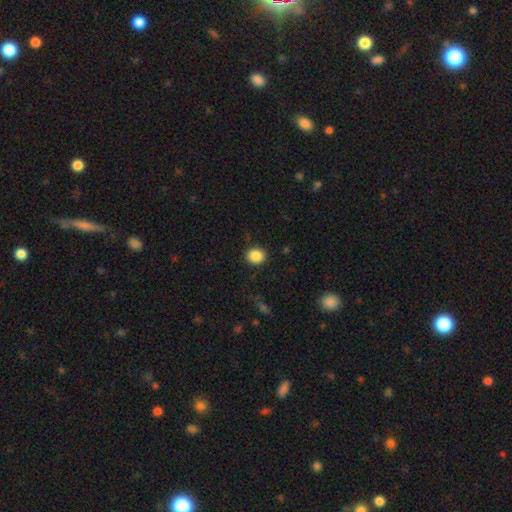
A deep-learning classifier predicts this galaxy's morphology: type=smooth (88%); roundness=round (72%); merging=none (89%).